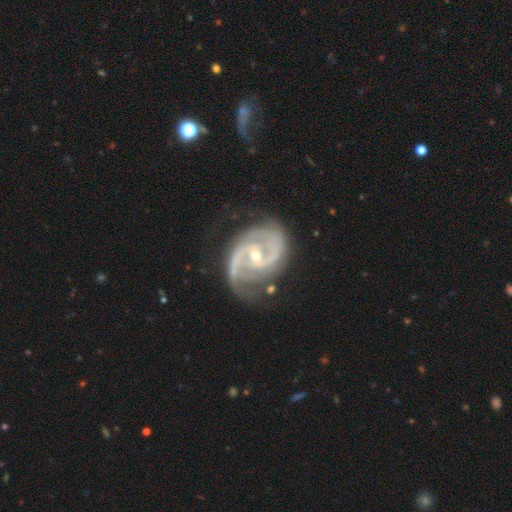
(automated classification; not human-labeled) Smooth or featured: featured or disk — 93% (star or artifact — 5%)
Edge-on disk: no — 98% (yes — 2%)
Bar: weak — 47% (no — 30%)
Spiral arms: yes — 98% (no — 2%)
Spiral winding: medium — 57% (tight — 30%)
Spiral arm count: 2 — 87% (3 — 5%)
Bulge size: small — 55% (moderate — 42%)
Merging: none — 66% (minor disturbance — 22%)